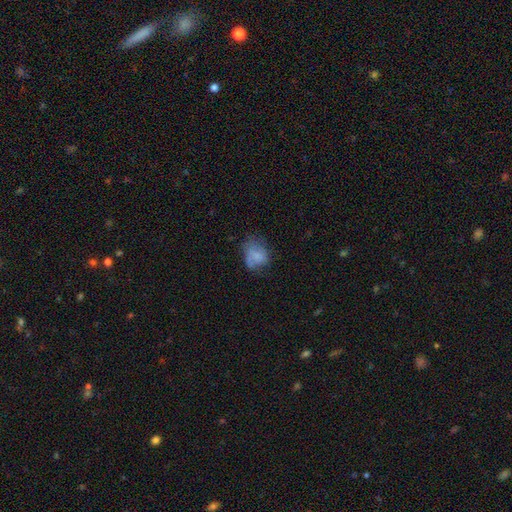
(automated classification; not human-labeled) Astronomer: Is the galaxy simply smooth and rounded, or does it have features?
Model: smooth — 65%.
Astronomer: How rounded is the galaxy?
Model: in between — 66%.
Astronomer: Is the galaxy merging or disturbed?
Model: none — 37% (runner-up: minor disturbance, 31%).